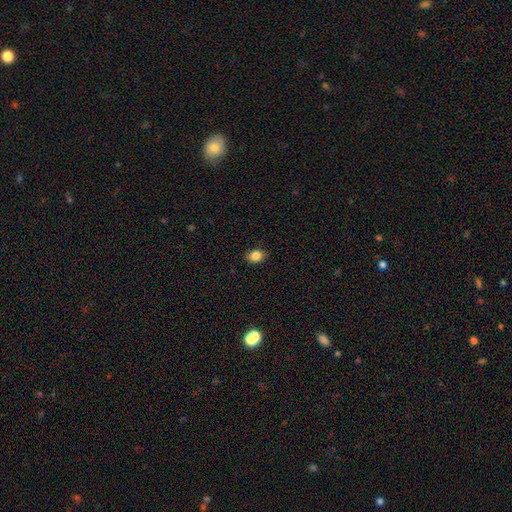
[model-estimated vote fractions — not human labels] Smooth or featured? Predicted: smooth (p=0.85). How rounded? Predicted: in between (p=0.63). Merging? Predicted: none (p=0.86).